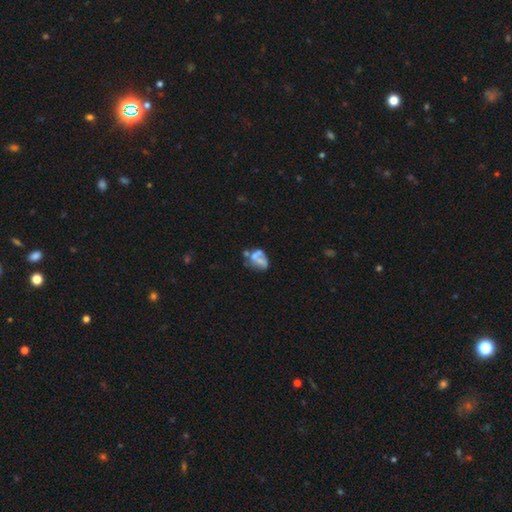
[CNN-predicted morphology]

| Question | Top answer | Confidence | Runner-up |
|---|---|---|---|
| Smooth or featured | featured or disk | 50% | smooth (38%) |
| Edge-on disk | no | 98% | yes (2%) |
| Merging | merger | 32% | none (26%) |